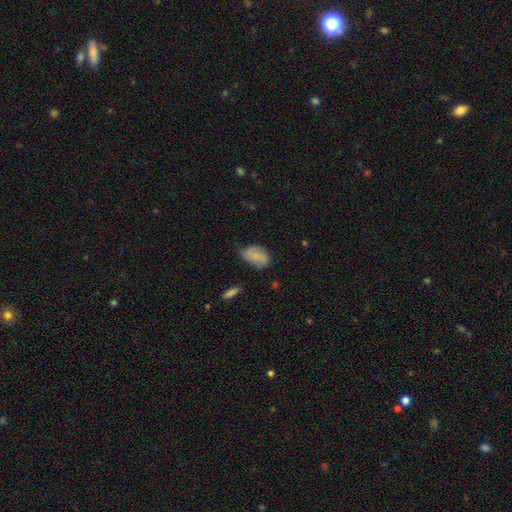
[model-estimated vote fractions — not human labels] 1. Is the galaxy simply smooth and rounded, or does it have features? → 65% smooth, 27% featured or disk, 7% star or artifact.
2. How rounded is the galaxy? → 83% in between, 15% round, 2% cigar-shaped.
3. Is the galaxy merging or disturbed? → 46% none, 40% minor disturbance, 11% major disturbance, 3% merger.